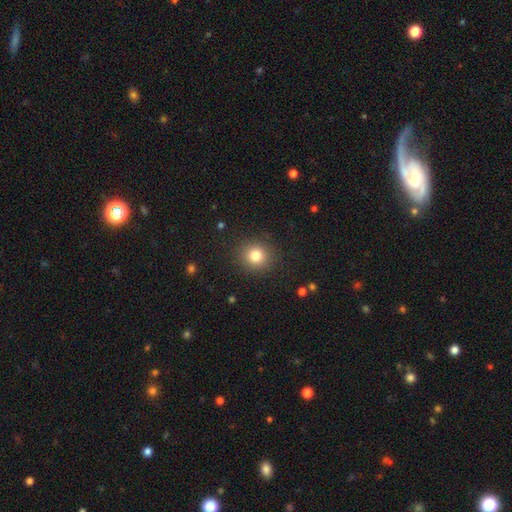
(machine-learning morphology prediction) Smooth or featured: smooth — 81% (star or artifact — 12%)
How rounded: round — 89% (in between — 10%)
Merging: none — 90% (minor disturbance — 7%)